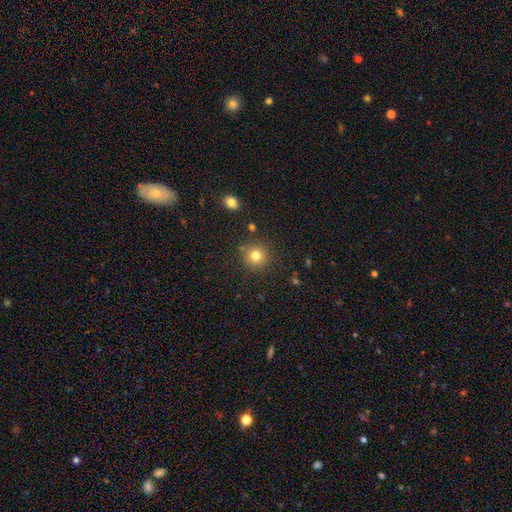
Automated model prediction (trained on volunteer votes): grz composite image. It shows a smooth galaxy with no disk features (78%) that is round (94%). Merging: none (86%).